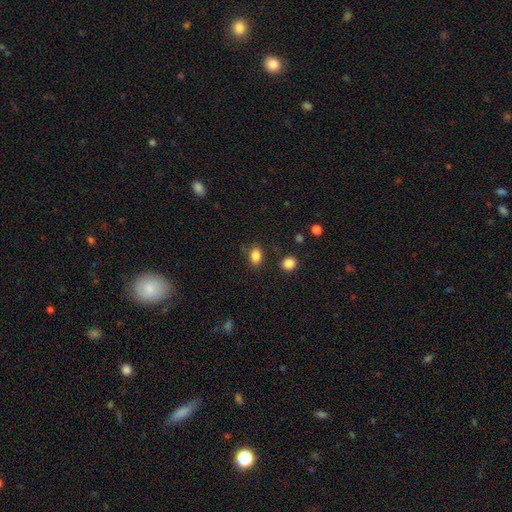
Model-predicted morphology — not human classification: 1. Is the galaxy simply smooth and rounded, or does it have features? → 85% smooth, 10% star or artifact, 5% featured or disk.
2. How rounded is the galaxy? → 77% in between, 21% round, 1% cigar-shaped.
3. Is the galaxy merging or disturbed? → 81% none, 12% minor disturbance, 3% major disturbance, 3% merger.